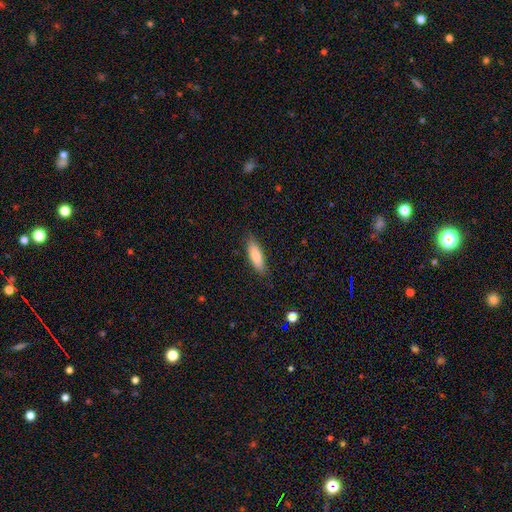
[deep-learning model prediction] This is clearly a smooth galaxy (80%). How rounded: possibly cigar-shaped (55%). Merging: clearly none (85%).